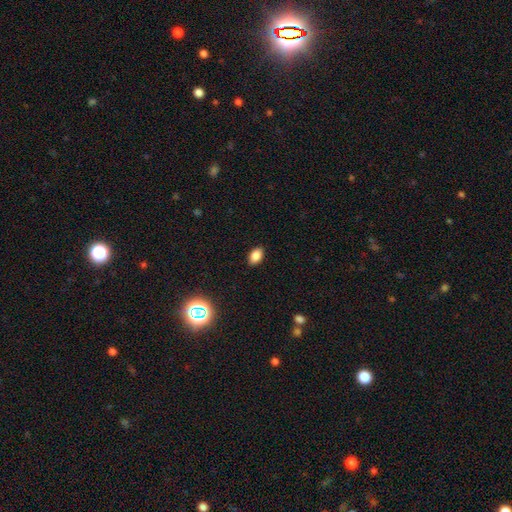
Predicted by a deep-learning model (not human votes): Morphology: type=smooth (85%); roundness=in between (89%); merging=none (89%).